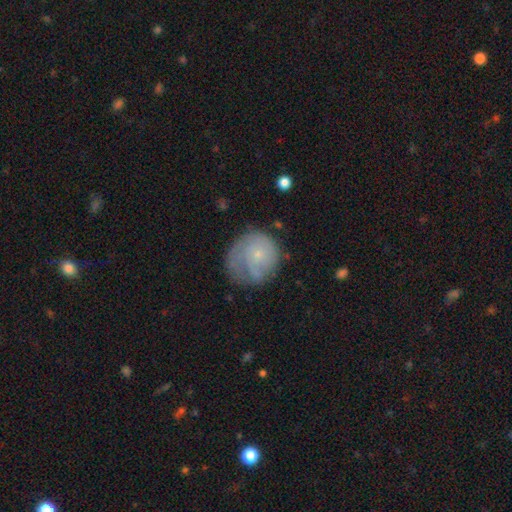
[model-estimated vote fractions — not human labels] Smooth or featured? featured or disk (46%, tied with smooth)
Merging? none (52%)